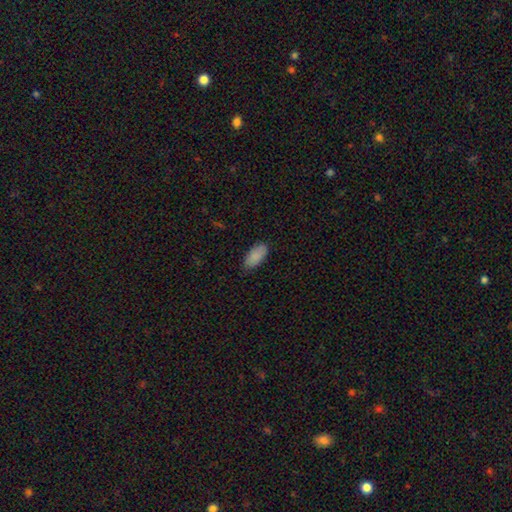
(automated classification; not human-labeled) Smooth or featured? Predicted: smooth (p=0.89). How rounded? Predicted: in between (p=0.91). Merging? Predicted: none (p=0.83).